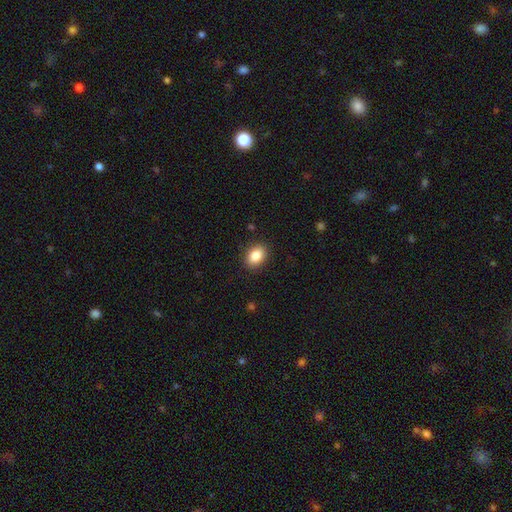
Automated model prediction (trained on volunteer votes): This appears to be a smooth galaxy with no disk features (85%) that is in between round and cigar-shaped (73%). Merging: none (89%).